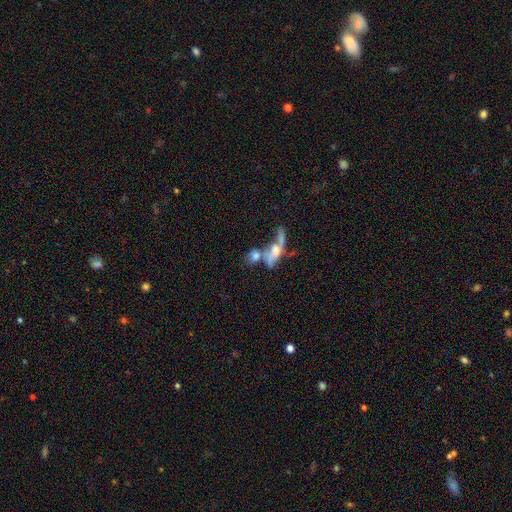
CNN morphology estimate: type=smooth (55%); roundness=in between (56%); merging=merger (55%).